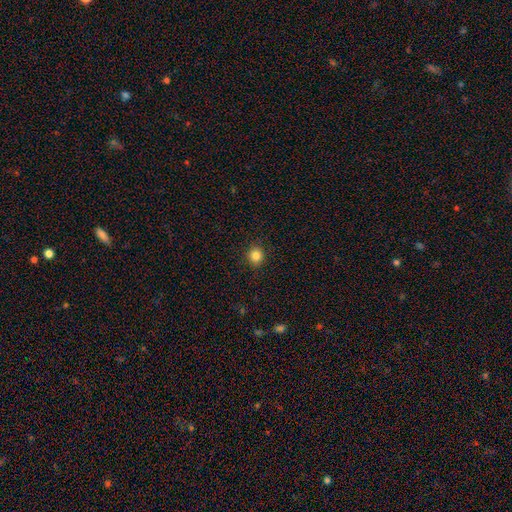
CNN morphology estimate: A smooth galaxy with no disk features (84%) that is round (92%).

Vote fractions:
- Smooth or featured? smooth: 84% / star or artifact: 11% / featured or disk: 5%
- How rounded? round: 92% / in between: 7% / cigar-shaped: 1%
- Merging? none: 91% / minor disturbance: 6% / major disturbance: 2% / merger: 1%